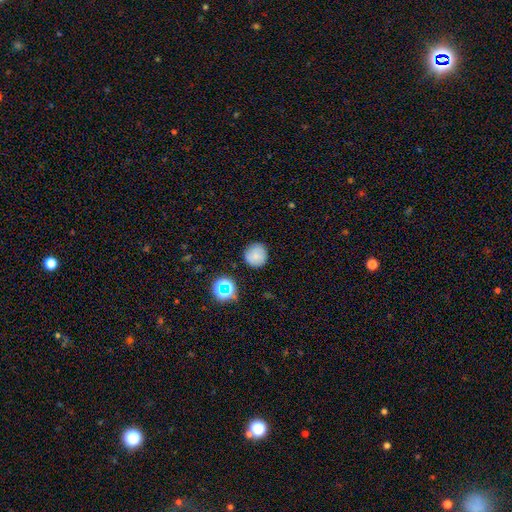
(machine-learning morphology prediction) Smooth or featured: smooth — 75% (star or artifact — 14%)
How rounded: round — 92% (in between — 7%)
Merging: none — 85% (minor disturbance — 11%)